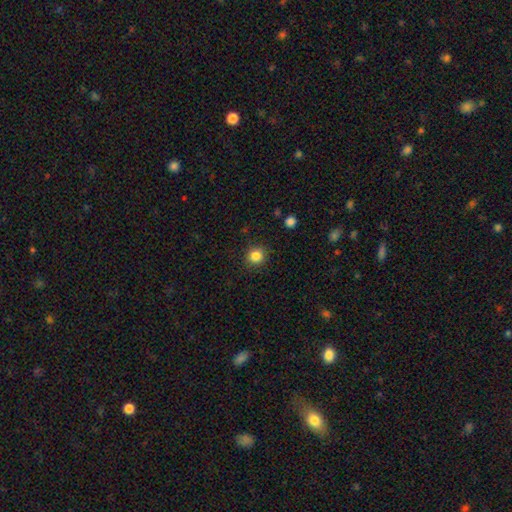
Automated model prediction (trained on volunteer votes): smooth 84%, star or artifact 11%, featured or disk 5%. Down the decision tree: how rounded — round (91%); merging — none (89%).